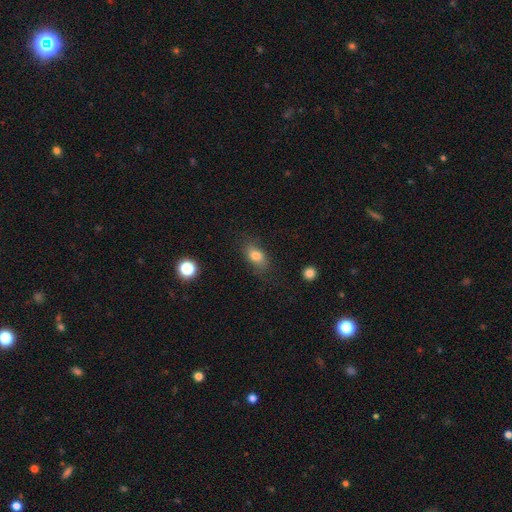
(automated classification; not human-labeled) smooth_or_featured: smooth (p=0.78) [alt: featured or disk p=0.12]
how_rounded: in between (p=0.81) [alt: round p=0.15]
merging: none (p=0.74) [alt: minor disturbance p=0.18]